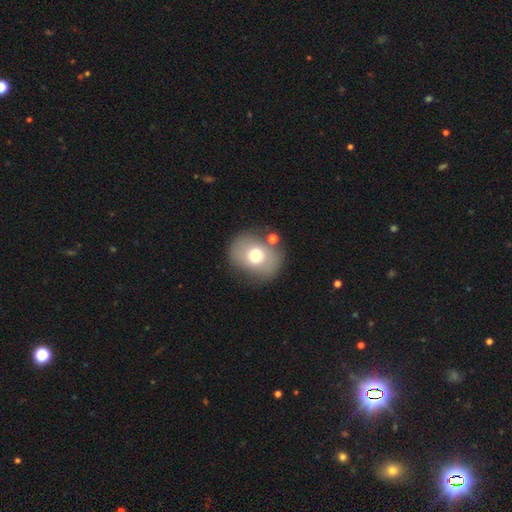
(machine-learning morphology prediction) This is likely a smooth galaxy (65%). How rounded: possibly round (55%). Merging: likely none (70%).